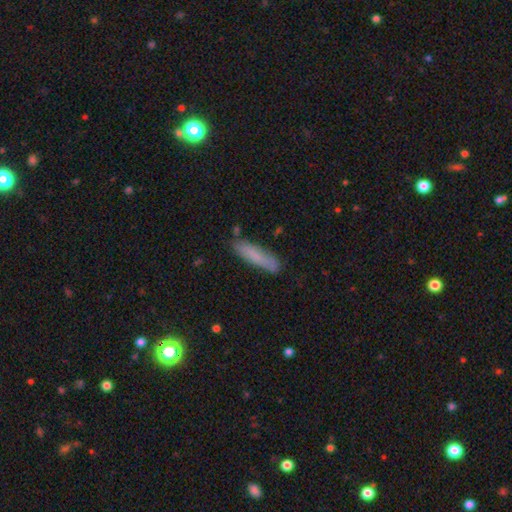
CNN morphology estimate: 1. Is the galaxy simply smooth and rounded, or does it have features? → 76% smooth, 17% featured or disk, 7% star or artifact.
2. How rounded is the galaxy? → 80% cigar-shaped, 19% in between, 2% round.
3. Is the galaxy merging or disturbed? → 80% none, 15% minor disturbance, 3% major disturbance, 3% merger.